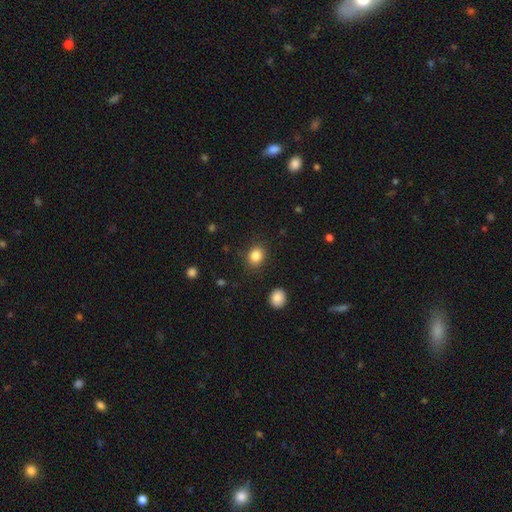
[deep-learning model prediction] This is clearly a smooth galaxy (85%). How rounded: likely round (61%). Merging: clearly none (86%).